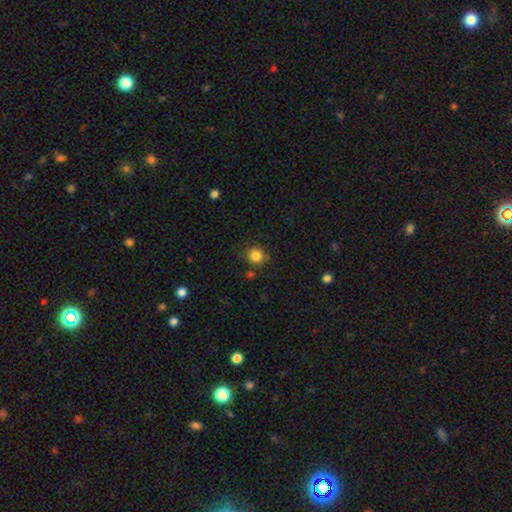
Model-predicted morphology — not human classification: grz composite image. It shows a smooth galaxy with no disk features (84%) that is round (86%). Merging: none (81%).